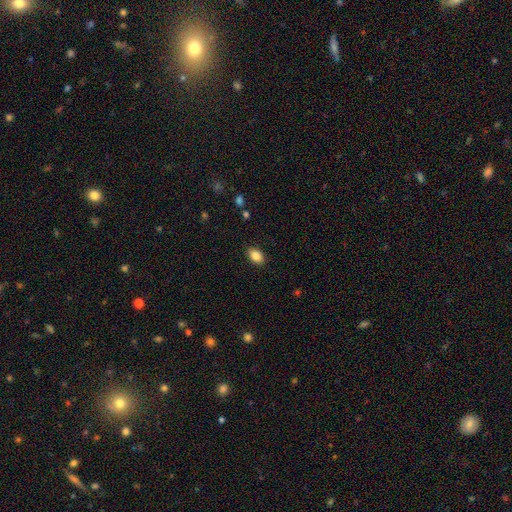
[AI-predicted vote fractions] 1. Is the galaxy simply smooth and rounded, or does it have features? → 87% smooth, 8% star or artifact, 5% featured or disk.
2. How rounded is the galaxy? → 85% in between, 14% round, 1% cigar-shaped.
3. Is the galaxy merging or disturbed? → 87% none, 9% minor disturbance, 2% major disturbance, 1% merger.